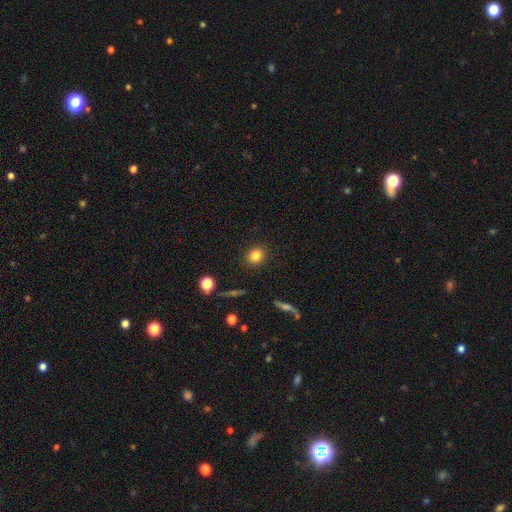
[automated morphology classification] A smooth galaxy with no disk features (82%) that is round (75%).

Vote fractions:
- Smooth or featured? smooth: 82% / star or artifact: 11% / featured or disk: 7%
- How rounded? round: 75% / in between: 23% / cigar-shaped: 1%
- Merging? none: 90% / minor disturbance: 6% / major disturbance: 2% / merger: 1%